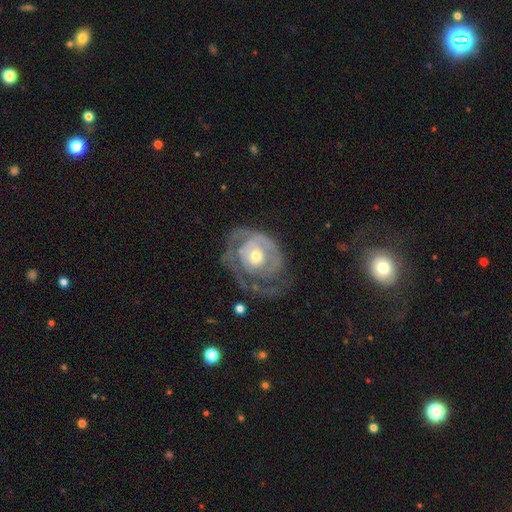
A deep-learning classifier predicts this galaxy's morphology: The model was most divided on "merging": none: 41%, major disturbance: 35%, minor disturbance: 22%, merger: 3%. Remaining: edge-on disk — no (97%); smooth or featured — featured or disk (78%); bar — no (77%); spiral arms — yes (76%); spiral winding — tight (59%); bulge size — moderate (58%); spiral arm count — can't tell (33%).